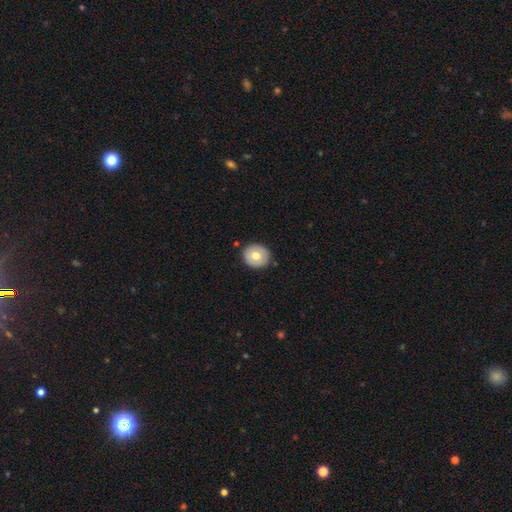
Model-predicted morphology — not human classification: smooth 66%, featured or disk 27%, star or artifact 7%. Down the decision tree: how rounded — round (84%); merging — none (88%).